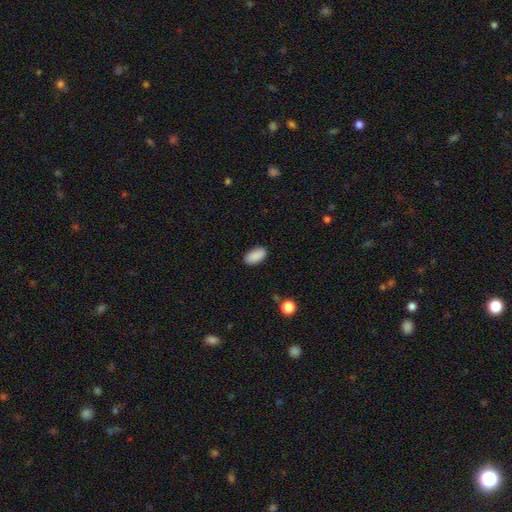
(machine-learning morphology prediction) type=smooth (90%); roundness=in between (94%); merging=none (87%).